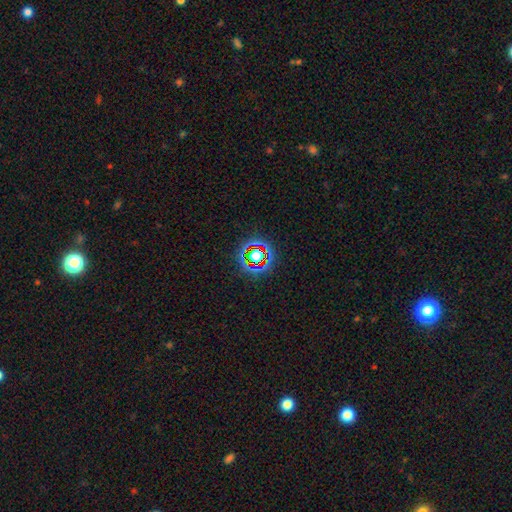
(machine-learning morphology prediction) A star or artifact, not a galaxy (65%).

Vote fractions:
- Smooth or featured? star or artifact: 65% / smooth: 22% / featured or disk: 13%